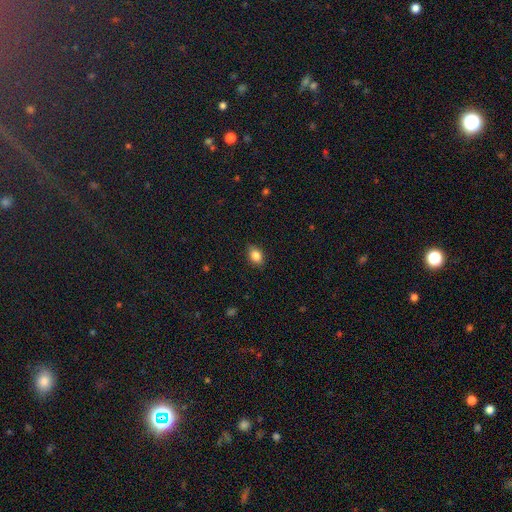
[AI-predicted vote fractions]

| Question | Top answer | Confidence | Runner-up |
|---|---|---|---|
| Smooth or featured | smooth | 84% | star or artifact (9%) |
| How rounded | in between | 82% | round (16%) |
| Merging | none | 87% | minor disturbance (10%) |